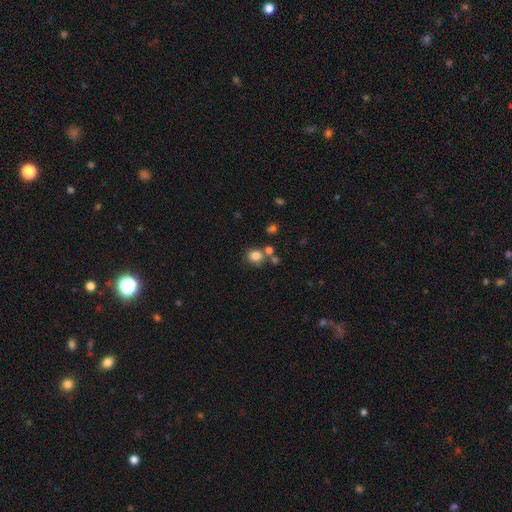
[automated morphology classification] This appears to be a smooth galaxy with no disk features (82%) that is round (81%). Merging: none (67%).